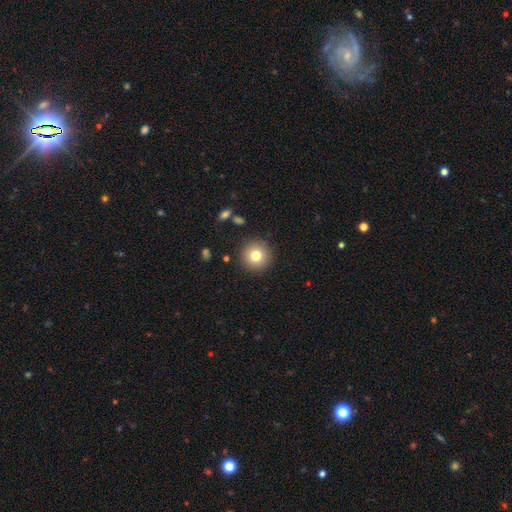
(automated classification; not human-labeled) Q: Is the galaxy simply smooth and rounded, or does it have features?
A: smooth — 77%.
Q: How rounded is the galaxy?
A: round — 95%.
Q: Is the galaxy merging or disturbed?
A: none — 90%.